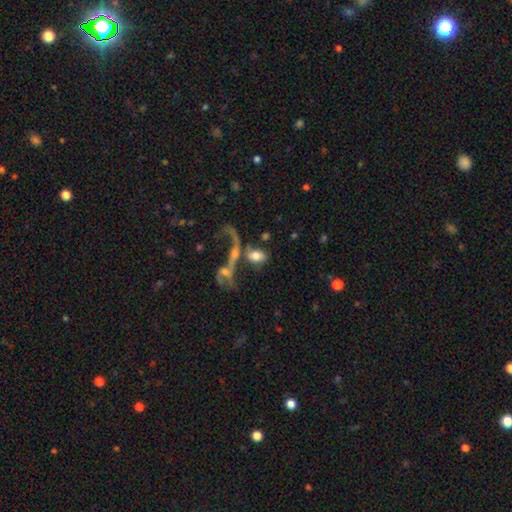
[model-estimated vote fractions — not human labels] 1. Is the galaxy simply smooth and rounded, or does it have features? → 62% smooth, 28% featured or disk, 10% star or artifact.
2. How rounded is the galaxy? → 83% in between, 12% round, 5% cigar-shaped.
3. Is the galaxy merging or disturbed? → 49% merger, 24% none, 18% major disturbance, 9% minor disturbance.